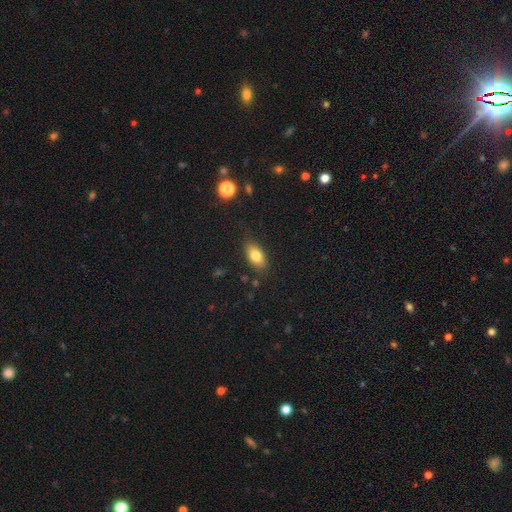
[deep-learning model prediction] Smooth or featured: smooth — 79% (featured or disk — 13%)
How rounded: in between — 88% (round — 7%)
Merging: none — 83% (minor disturbance — 12%)